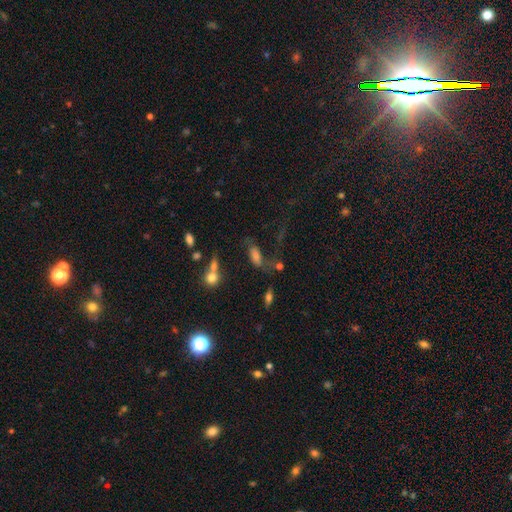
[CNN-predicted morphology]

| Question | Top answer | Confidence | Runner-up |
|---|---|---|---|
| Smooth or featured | smooth | 50% | featured or disk (31%) |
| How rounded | in between | 76% | cigar-shaped (17%) |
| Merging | none | 37% | major disturbance (30%) |